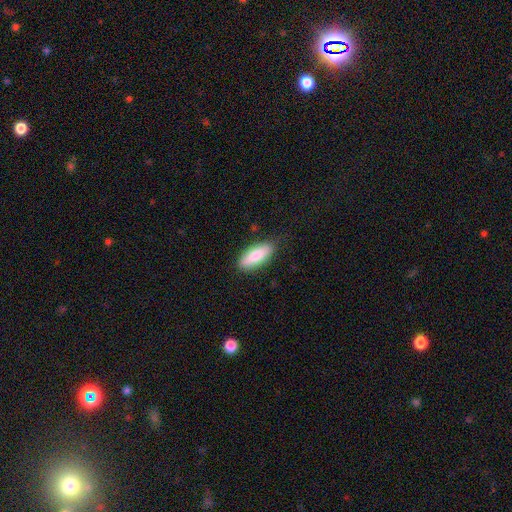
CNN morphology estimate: Overall: smooth (81%). How rounded: in between (69%; cigar-shaped 29%). Merging: none (84%).